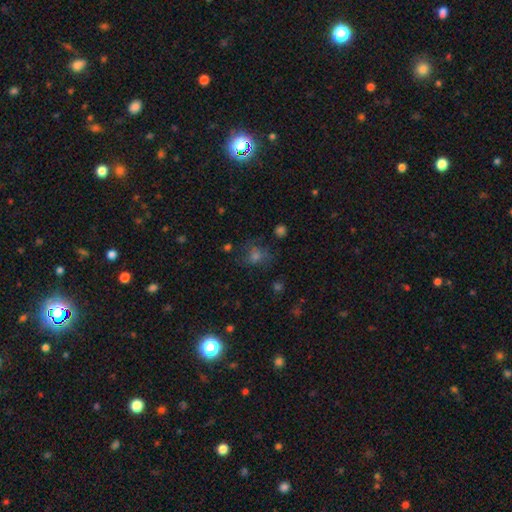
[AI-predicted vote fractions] This is marginally a smooth galaxy (43%). Merging: likely none (71%).